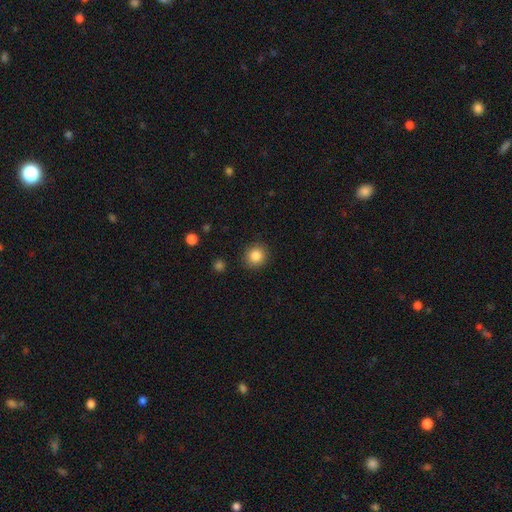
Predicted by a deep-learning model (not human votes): Overall: smooth (86%). How rounded: round (87%). Merging: none (89%).